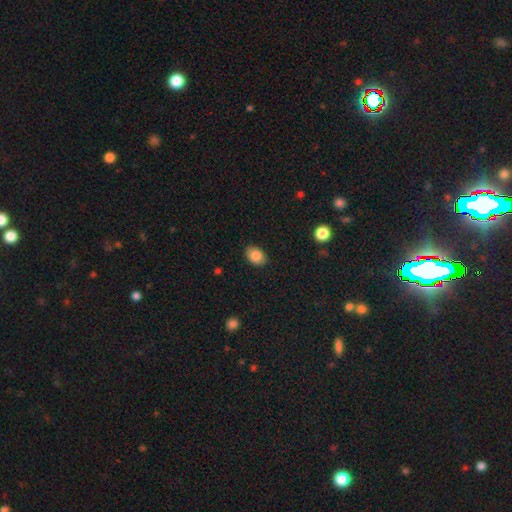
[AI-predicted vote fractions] Overall: smooth (85%). How rounded: in between (76%). Merging: none (87%).